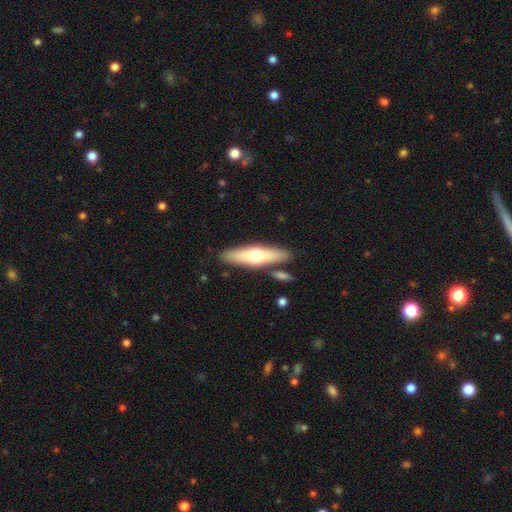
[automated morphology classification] smooth_or_featured: smooth (p=0.51) [alt: featured or disk p=0.43]
how_rounded: cigar-shaped (p=0.66) [alt: in between p=0.32]
merging: none (p=0.83) [alt: minor disturbance p=0.10]